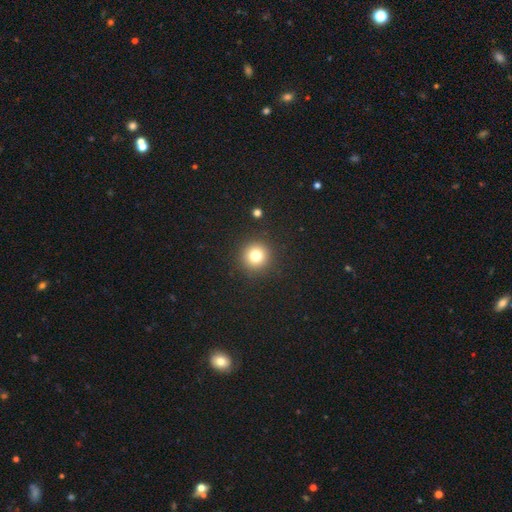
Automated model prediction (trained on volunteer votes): smooth_or_featured: smooth (p=0.78) [alt: star or artifact p=0.14]
how_rounded: round (p=0.95) [alt: in between p=0.04]
merging: none (p=0.92) [alt: minor disturbance p=0.05]